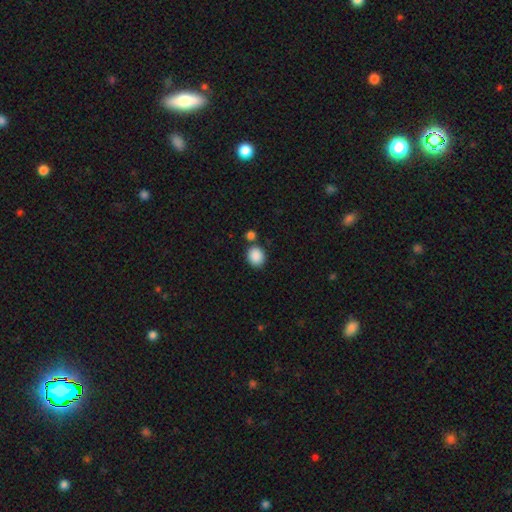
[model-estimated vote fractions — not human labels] This appears to be a smooth galaxy with no disk features (89%) that is round (58%). Merging: none (75%).